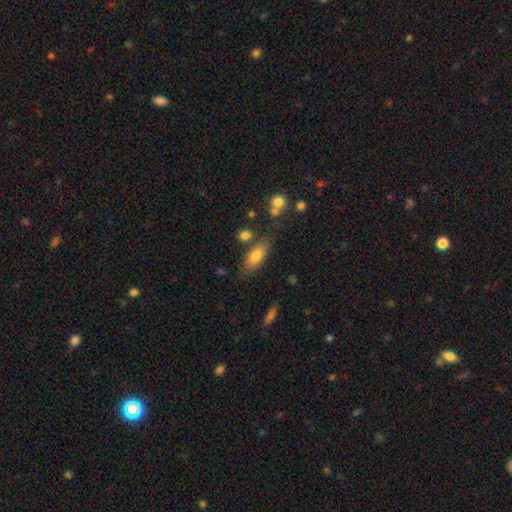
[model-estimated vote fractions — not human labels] smooth 77%, featured or disk 15%, star or artifact 8%. Down the decision tree: how rounded — in between (81%); merging — none (70%).